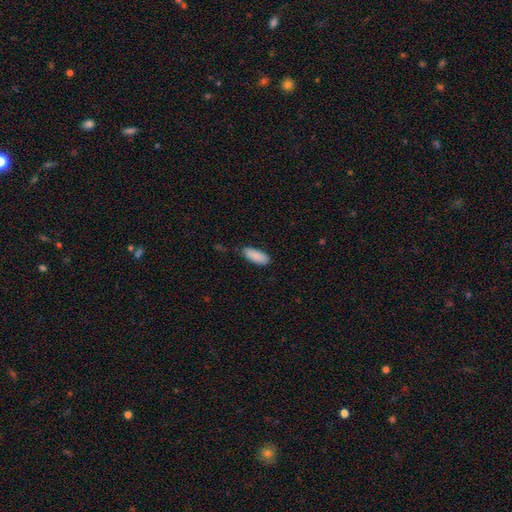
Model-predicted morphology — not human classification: Smooth or featured? smooth (89%)
How rounded? in between (80%)
Merging? none (81%)